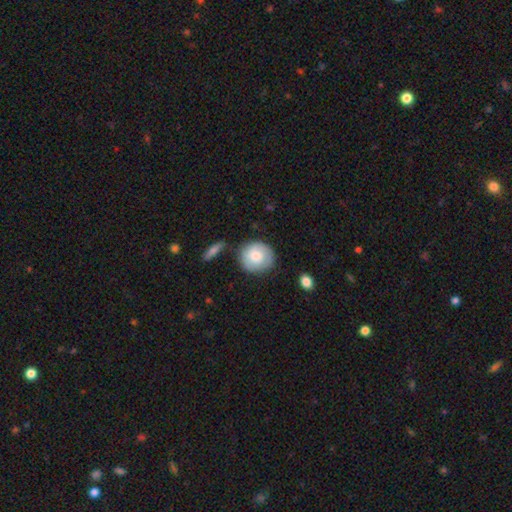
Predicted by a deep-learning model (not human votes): smooth_or_featured: smooth (p=0.74) [alt: featured or disk p=0.20]
how_rounded: round (p=0.83) [alt: in between p=0.16]
merging: none (p=0.72) [alt: minor disturbance p=0.18]